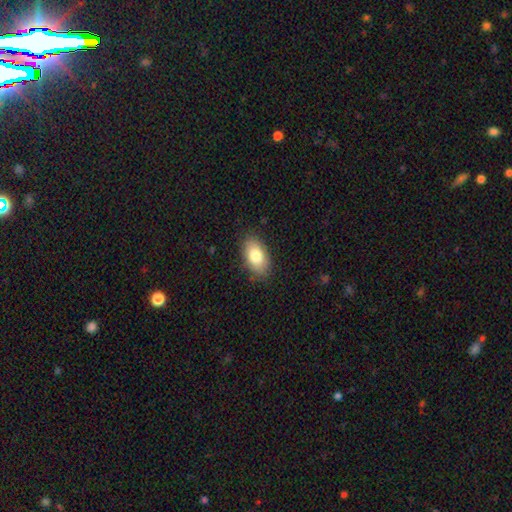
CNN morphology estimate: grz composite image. It shows a smooth galaxy with no disk features (81%) that is in between round and cigar-shaped (92%). Merging: none (85%).